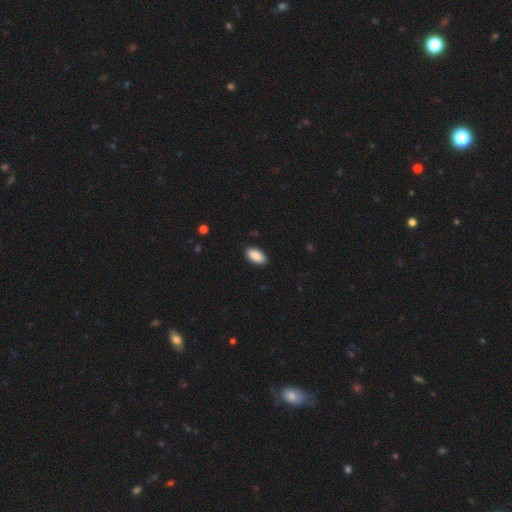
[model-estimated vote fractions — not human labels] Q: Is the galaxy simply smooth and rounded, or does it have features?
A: smooth — 90%.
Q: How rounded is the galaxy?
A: in between — 95%.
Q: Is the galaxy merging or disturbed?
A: none — 90%.